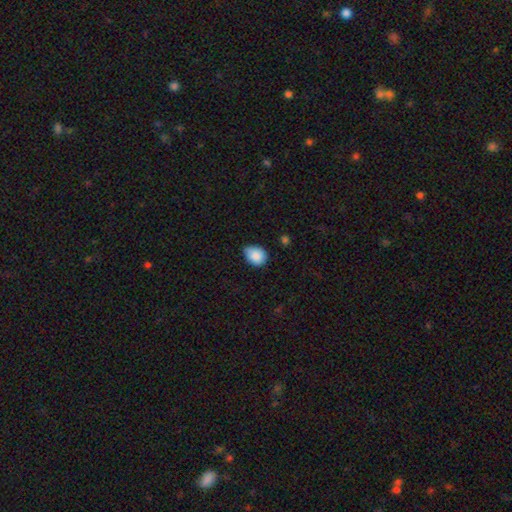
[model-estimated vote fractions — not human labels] Morphology: type=smooth (87%); roundness=in between (57%); merging=none (52%).